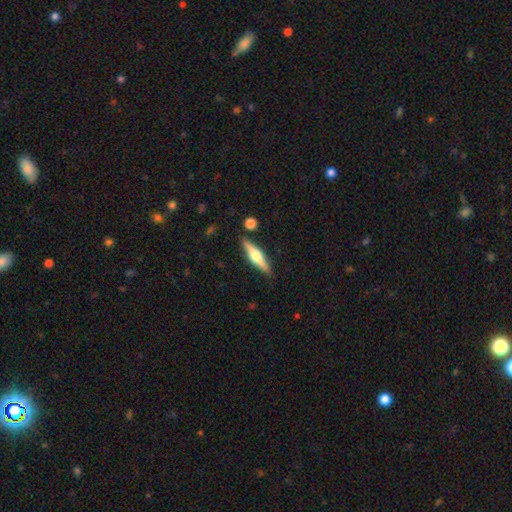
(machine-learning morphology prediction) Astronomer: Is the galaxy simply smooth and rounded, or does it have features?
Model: featured or disk — 63%.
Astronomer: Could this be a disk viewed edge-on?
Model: yes — 96%.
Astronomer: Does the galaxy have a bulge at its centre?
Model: rounded — 92%.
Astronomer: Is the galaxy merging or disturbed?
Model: none — 87%.